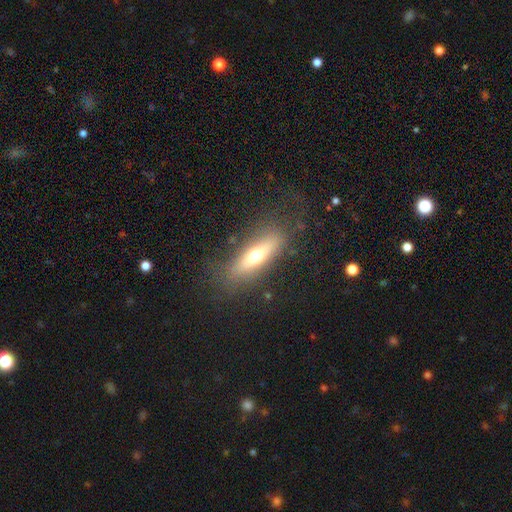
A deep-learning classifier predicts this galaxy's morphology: smooth-or-featured: smooth: 50% | featured or disk: 41% | star or artifact: 9%
  merging: none: 82% | minor disturbance: 11% | major disturbance: 6% | merger: 1%